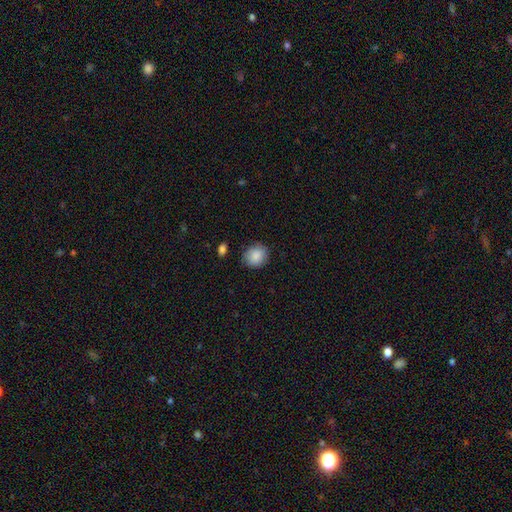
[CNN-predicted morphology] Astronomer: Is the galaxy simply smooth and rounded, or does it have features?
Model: smooth — 88%.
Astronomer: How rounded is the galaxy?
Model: round — 73%.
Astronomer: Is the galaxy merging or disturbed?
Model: none — 84%.